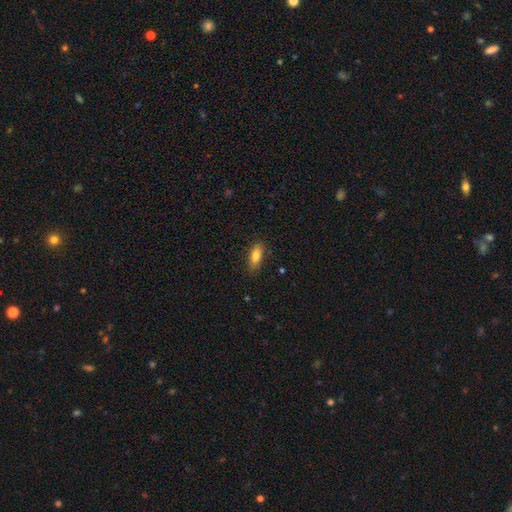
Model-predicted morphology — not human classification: type=smooth (82%); roundness=in between (77%); merging=none (84%).